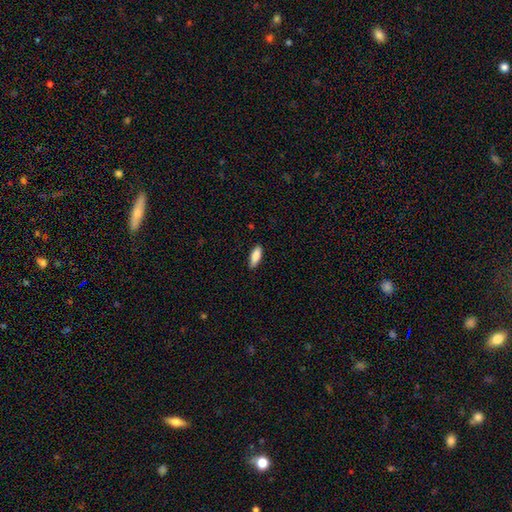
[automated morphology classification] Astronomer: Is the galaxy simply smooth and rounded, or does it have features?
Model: smooth — 87%.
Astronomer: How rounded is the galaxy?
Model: in between — 69%.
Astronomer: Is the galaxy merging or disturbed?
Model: none — 84%.